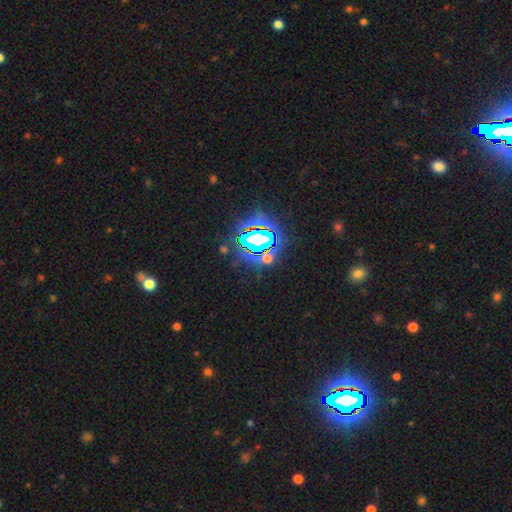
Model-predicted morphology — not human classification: smooth_or_featured: star or artifact (p=0.84) [alt: smooth p=0.09]